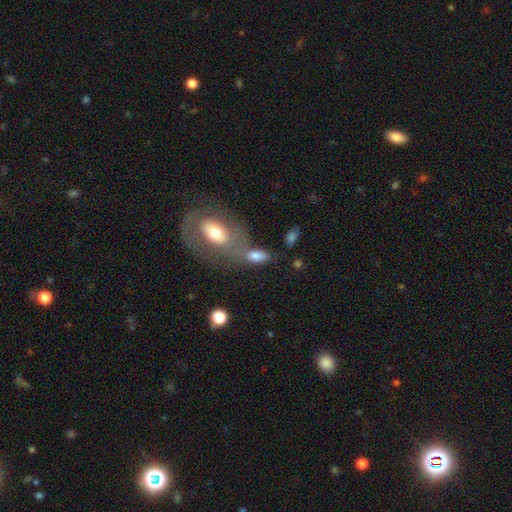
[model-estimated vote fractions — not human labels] Smooth or featured: smooth — 76% (featured or disk — 16%)
How rounded: in between — 89% (round — 6%)
Merging: none — 40% (merger — 35%)